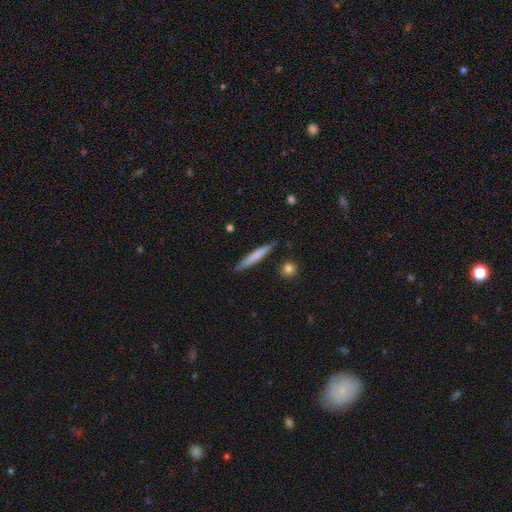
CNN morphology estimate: Overall: smooth (69%). How rounded: cigar-shaped (95%). Merging: none (85%).